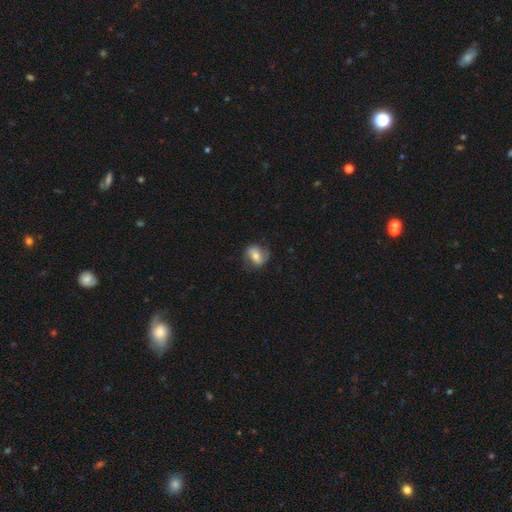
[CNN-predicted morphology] Smooth or featured? Predicted: smooth (p=0.48). Merging? Predicted: none (p=0.73).